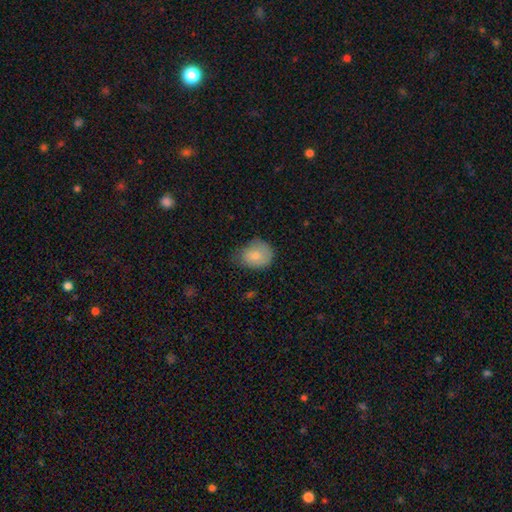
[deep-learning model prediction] smooth-or-featured: smooth: 79% | featured or disk: 14% | star or artifact: 7%
  how-rounded: in between: 51% | round: 48% | cigar-shaped: 1%
  merging: none: 48% | minor disturbance: 39% | major disturbance: 12% | merger: 2%